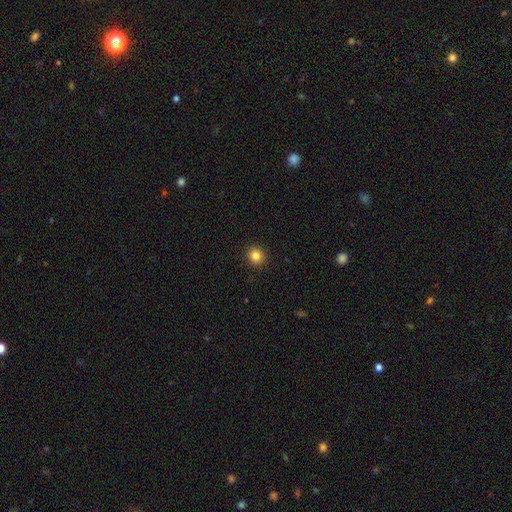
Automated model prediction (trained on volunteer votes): Smooth or featured?
  - smooth: 84% *
  - star or artifact: 11%
  - featured or disk: 5%
How rounded?
  - round: 88% *
  - in between: 11%
  - cigar-shaped: 1%
Merging?
  - none: 92% *
  - minor disturbance: 5%
  - major disturbance: 2%
  - merger: 1%